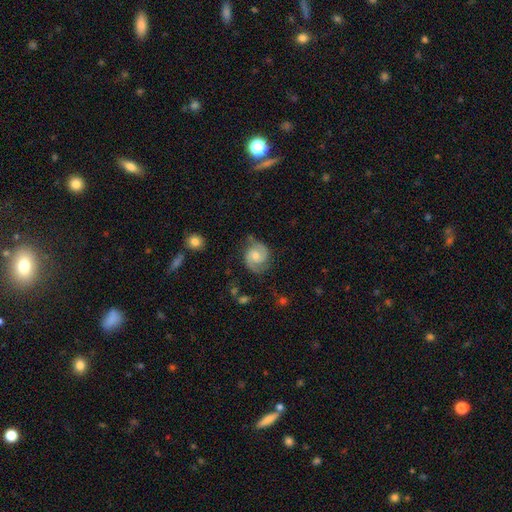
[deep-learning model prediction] Smooth or featured?
  - featured or disk: 78% *
  - smooth: 16%
  - star or artifact: 6%
Edge-on disk?
  - no: 98% *
  - yes: 2%
Bar?
  - no: 56% *
  - weak: 38%
  - strong: 6%
Spiral arms?
  - yes: 96% *
  - no: 4%
Spiral winding?
  - medium: 52% *
  - tight: 33%
  - loose: 16%
Spiral arm count?
  - 2: 90% *
  - can't tell: 4%
  - 1: 2%
  - 3: 1%
  - 4: 1%
  - more than 4: 1%
Bulge size?
  - moderate: 58% *
  - small: 32%
  - large: 5%
  - none: 4%
  - dominant: 1%
Merging?
  - none: 74% *
  - minor disturbance: 19%
  - major disturbance: 6%
  - merger: 2%